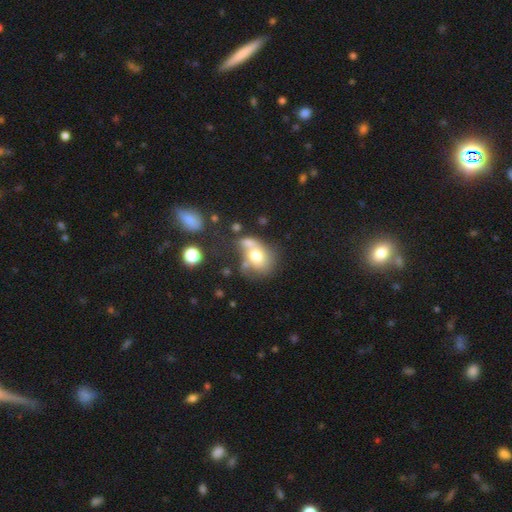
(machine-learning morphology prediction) This appears to be a smooth galaxy with no disk features (67%) that is in between round and cigar-shaped (51%). Merging: merger (35%).